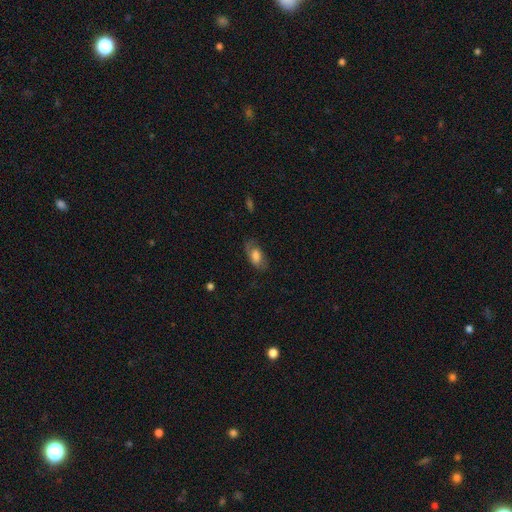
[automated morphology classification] A smooth galaxy with no disk features (56%) that is in between round and cigar-shaped (88%).

Vote fractions:
- Smooth or featured? smooth: 56% / featured or disk: 36% / star or artifact: 8%
- How rounded? in between: 88% / cigar-shaped: 6% / round: 6%
- Merging? none: 65% / minor disturbance: 22% / major disturbance: 12% / merger: 1%